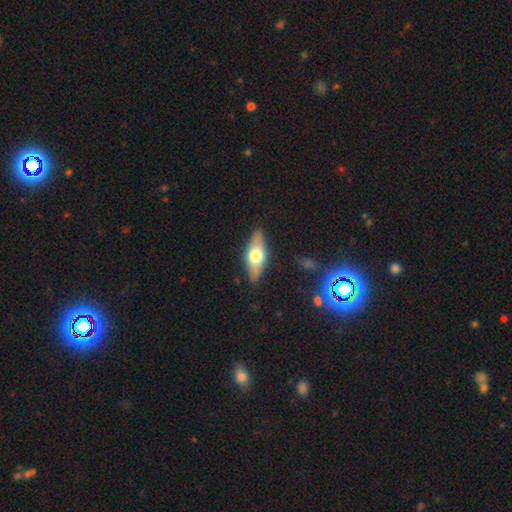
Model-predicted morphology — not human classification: smooth_or_featured: smooth (p=0.51) [alt: featured or disk p=0.43]
how_rounded: in between (p=0.68) [alt: cigar-shaped p=0.29]
merging: none (p=0.85) [alt: minor disturbance p=0.11]